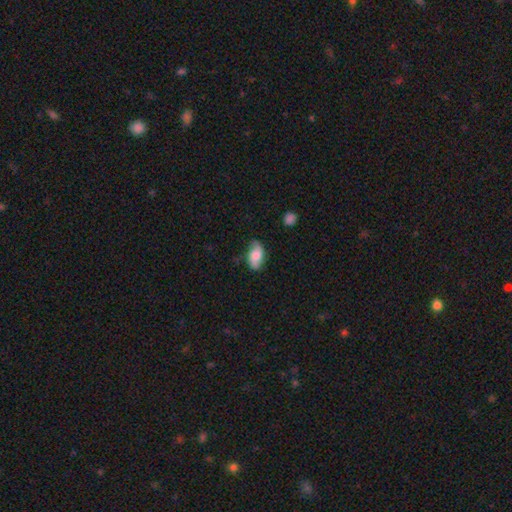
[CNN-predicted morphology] This is possibly a smooth galaxy (58%). How rounded: clearly in between (90%). Merging: likely none (70%).